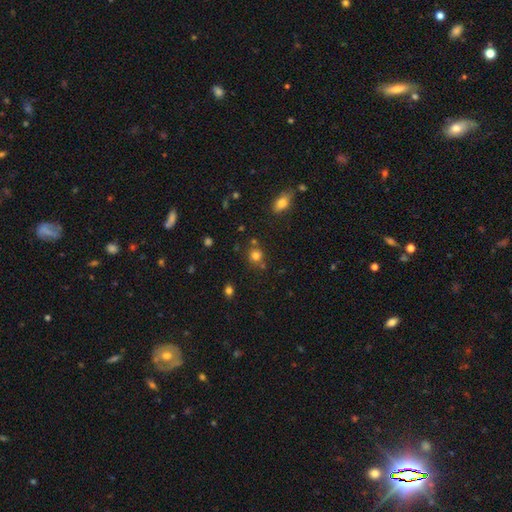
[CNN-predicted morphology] Smooth or featured? Predicted: smooth (p=0.77). How rounded? Predicted: round (p=0.85). Merging? Predicted: none (p=0.71).